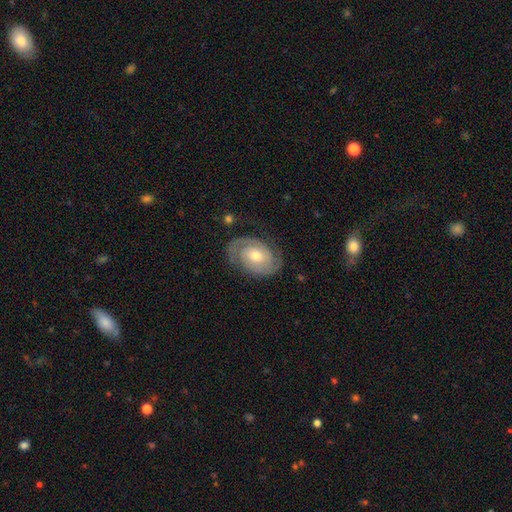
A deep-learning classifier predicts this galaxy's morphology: This is clearly a featured or disk galaxy (84%). It is clearly not viewed edge-on (97%). Bar: likely no (70%). Spiral arm pattern: clearly yes (95%). Spiral arm count: clearly 2 (85%). Spiral winding: likely tight (64%). Central bulge: likely moderate (62%). Merging: likely none (79%).